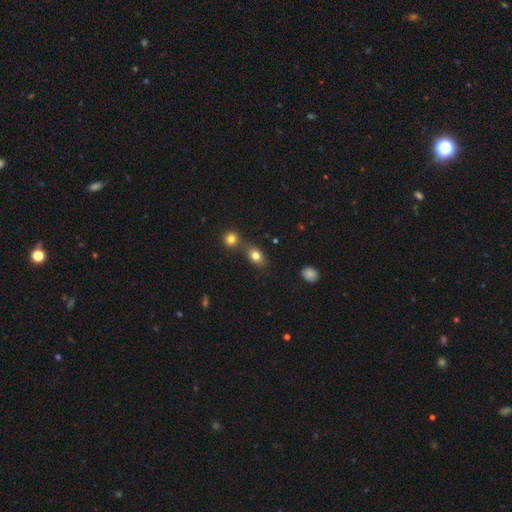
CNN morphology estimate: smooth 78%, star or artifact 12%, featured or disk 11%. Down the decision tree: how rounded — in between (70%); merging — none (55%).